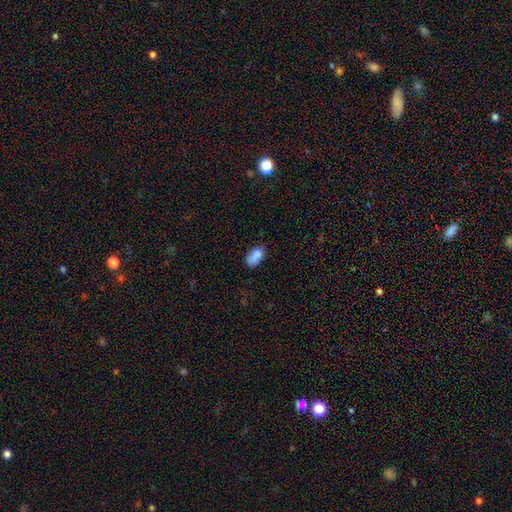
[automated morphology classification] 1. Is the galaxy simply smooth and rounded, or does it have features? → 82% smooth, 9% star or artifact, 8% featured or disk.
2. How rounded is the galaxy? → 90% in between, 6% round, 4% cigar-shaped.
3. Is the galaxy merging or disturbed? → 55% none, 28% minor disturbance, 9% merger, 8% major disturbance.